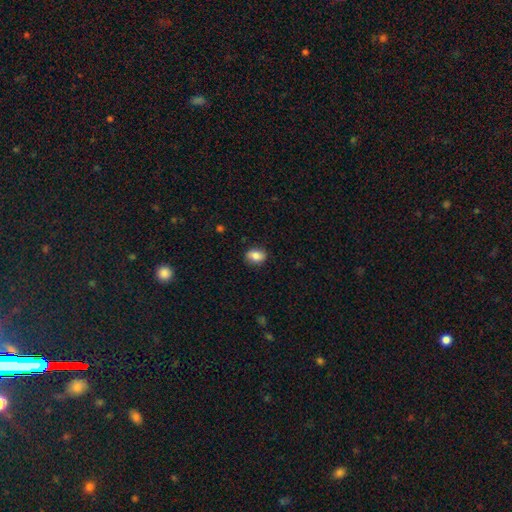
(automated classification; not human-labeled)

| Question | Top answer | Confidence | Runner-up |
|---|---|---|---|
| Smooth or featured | smooth | 84% | featured or disk (8%) |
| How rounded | in between | 73% | round (25%) |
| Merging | none | 86% | minor disturbance (11%) |